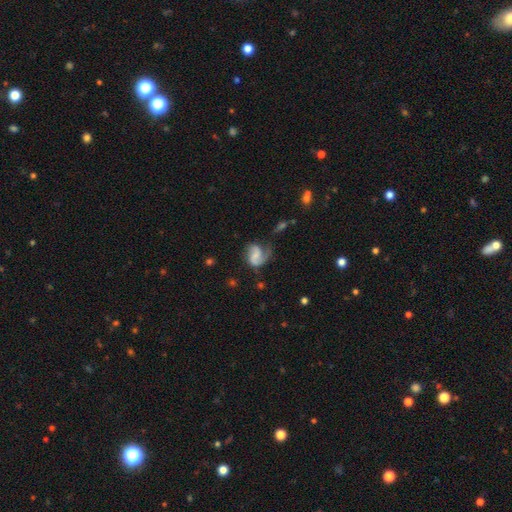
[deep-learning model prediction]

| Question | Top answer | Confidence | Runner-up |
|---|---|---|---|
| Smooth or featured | featured or disk | 65% | smooth (27%) |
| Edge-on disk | no | 98% | yes (2%) |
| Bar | weak | 42% | tied: no (42%) |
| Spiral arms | yes | 91% | no (9%) |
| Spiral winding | medium | 42% | loose (40%) |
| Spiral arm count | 2 | 60% | 1 (31%) |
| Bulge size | none | 42% | small (31%) |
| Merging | none | 44% | major disturbance (27%) |